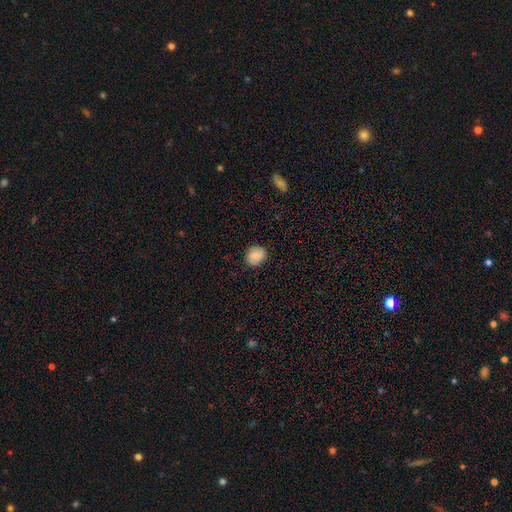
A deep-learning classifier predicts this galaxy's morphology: The model was most divided on "smooth or featured": smooth: 68%, featured or disk: 23%, star or artifact: 9%. More confident: merging — none (85%); how rounded — round (73%).